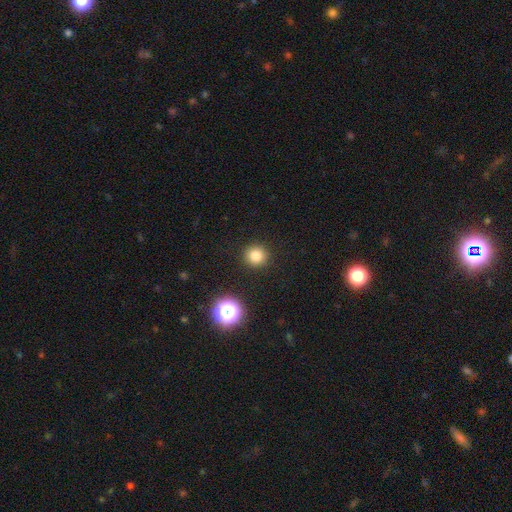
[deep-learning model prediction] smooth_or_featured: smooth (p=0.80) [alt: star or artifact p=0.14]
how_rounded: round (p=0.94) [alt: in between p=0.05]
merging: none (p=0.91) [alt: minor disturbance p=0.05]